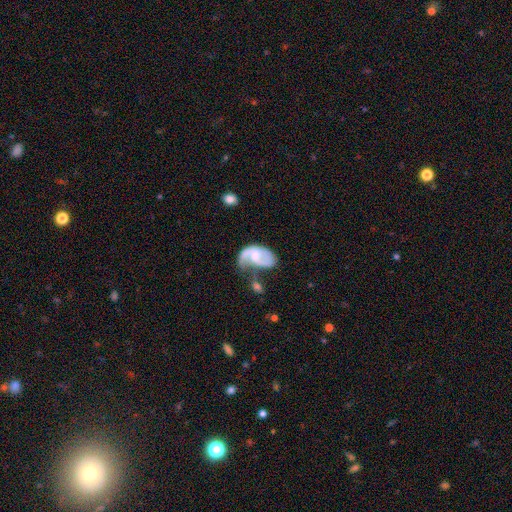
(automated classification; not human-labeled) Q: Smooth or featured?
A: featured or disk (73%); runner-up: smooth (21%)
Q: Edge-on disk?
A: no (97%); runner-up: yes (3%)
Q: Bar?
A: no (51%); runner-up: weak (40%)
Q: Spiral arms?
A: yes (87%); runner-up: no (13%)
Q: Spiral winding?
A: loose (48%); runner-up: medium (38%)
Q: Spiral arm count?
A: 2 (65%); runner-up: 1 (24%)
Q: Bulge size?
A: small (37%); runner-up: moderate (33%)
Q: Merging?
A: major disturbance (32%); runner-up: none (25%)